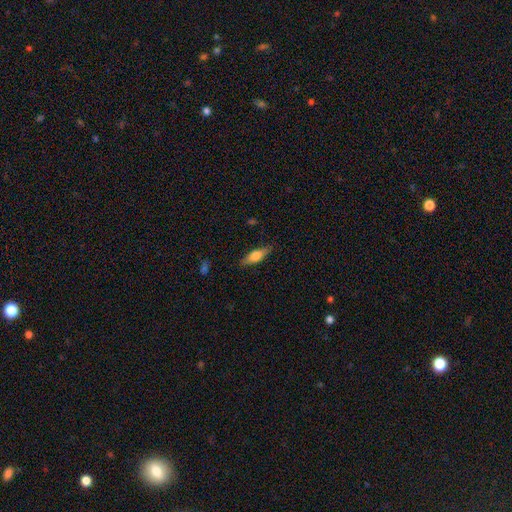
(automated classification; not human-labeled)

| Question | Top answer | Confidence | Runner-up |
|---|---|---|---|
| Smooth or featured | smooth | 61% | featured or disk (33%) |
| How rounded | in between | 49% | cigar-shaped (48%) |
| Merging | none | 84% | minor disturbance (13%) |